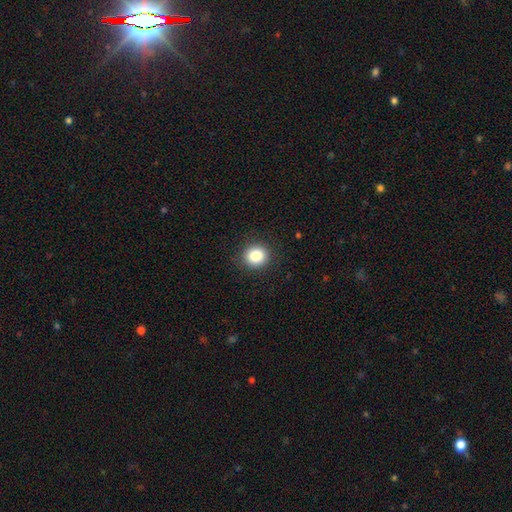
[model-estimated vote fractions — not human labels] A smooth galaxy with no disk features (86%) that is round (84%).

Vote fractions:
- Smooth or featured? smooth: 86% / star or artifact: 10% / featured or disk: 4%
- How rounded? round: 84% / in between: 15% / cigar-shaped: 1%
- Merging? none: 90% / minor disturbance: 7% / major disturbance: 2% / merger: 1%